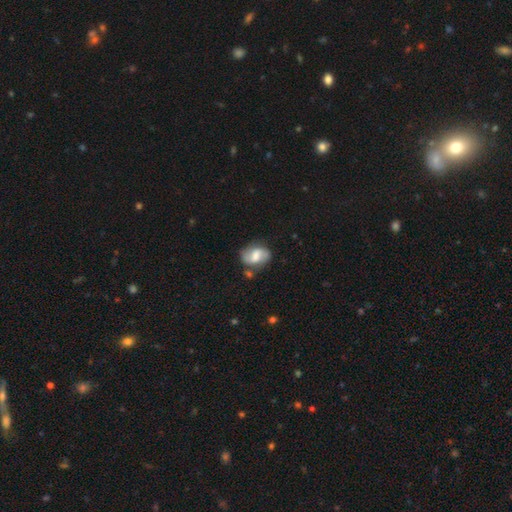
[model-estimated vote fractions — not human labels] Q: Smooth or featured?
A: featured or disk (47%); runner-up: smooth (46%)
Q: Merging?
A: none (60%); runner-up: minor disturbance (24%)